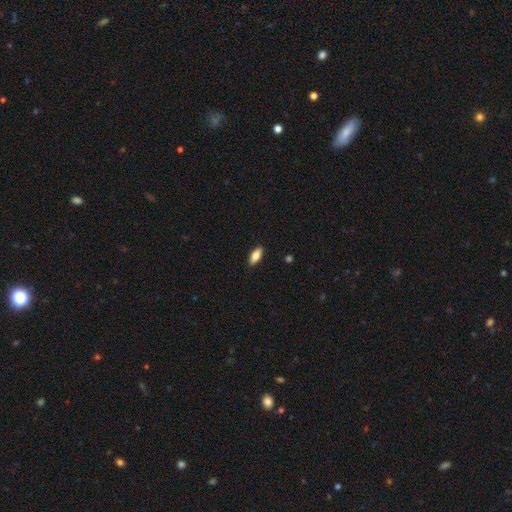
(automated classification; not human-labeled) Overall: smooth (82%). How rounded: in between (80%). Merging: none (89%).